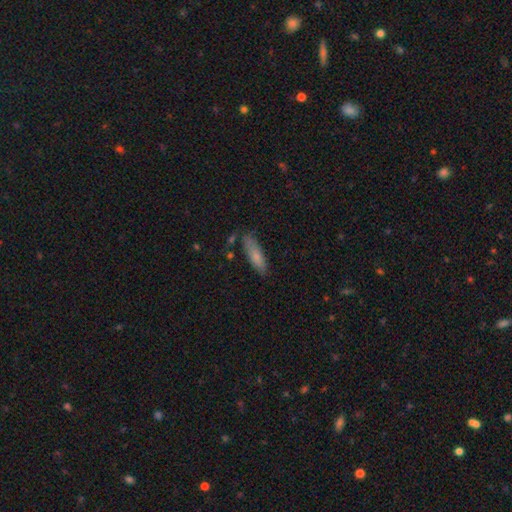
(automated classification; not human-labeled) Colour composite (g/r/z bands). It shows a smooth galaxy with no disk features (76%) that is cigar-shaped (55%). Merging: none (75%).